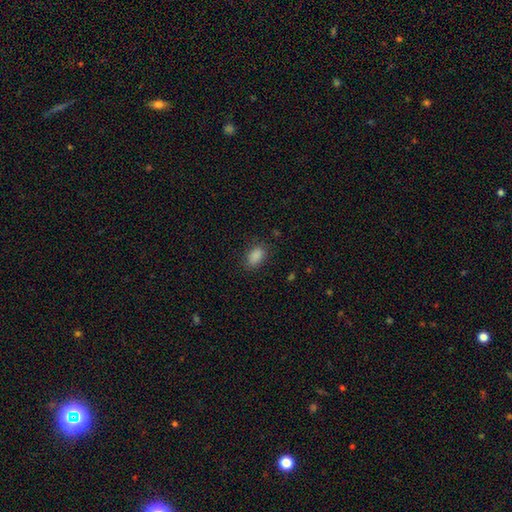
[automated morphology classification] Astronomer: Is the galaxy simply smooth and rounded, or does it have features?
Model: smooth — 87%.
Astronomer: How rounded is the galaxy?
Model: in between — 88%.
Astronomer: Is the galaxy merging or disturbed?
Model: none — 81%.